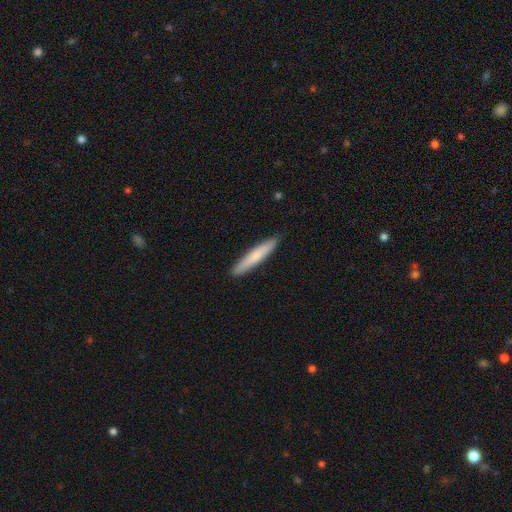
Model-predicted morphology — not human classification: This appears to be a smooth galaxy with no disk features (72%) that is cigar-shaped (93%). Merging: none (90%).